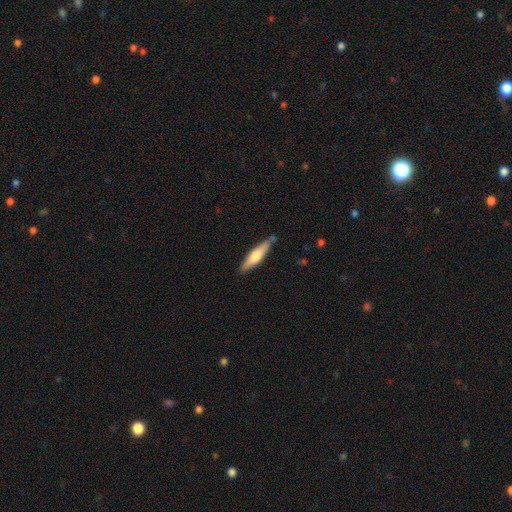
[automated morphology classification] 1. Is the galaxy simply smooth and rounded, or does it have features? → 57% smooth, 37% featured or disk, 5% star or artifact.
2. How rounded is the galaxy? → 78% cigar-shaped, 21% in between, 1% round.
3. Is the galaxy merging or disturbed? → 80% none, 15% minor disturbance, 3% merger, 3% major disturbance.